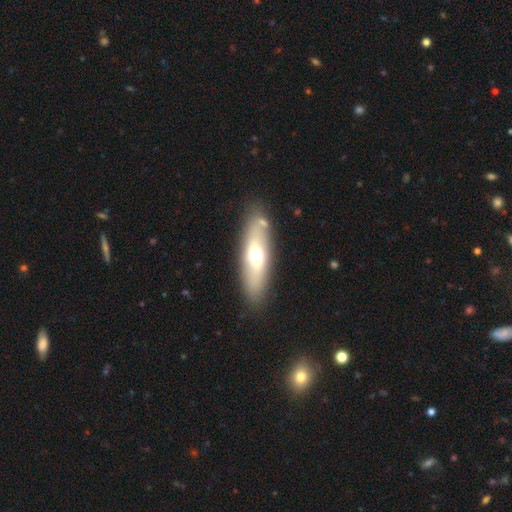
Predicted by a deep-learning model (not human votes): Overall: smooth (53%; featured or disk 41%). How rounded: in between (52%; cigar-shaped 46%). Merging: none (82%).